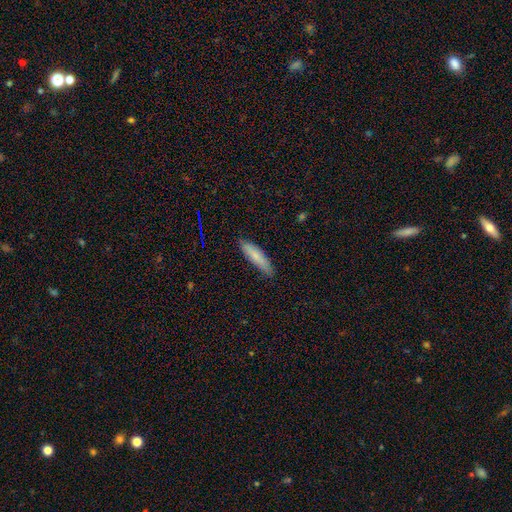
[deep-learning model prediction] Smooth or featured?
  - smooth: 76% *
  - featured or disk: 17%
  - star or artifact: 7%
How rounded?
  - cigar-shaped: 71% *
  - in between: 27%
  - round: 2%
Merging?
  - none: 82% *
  - minor disturbance: 14%
  - major disturbance: 2%
  - merger: 1%